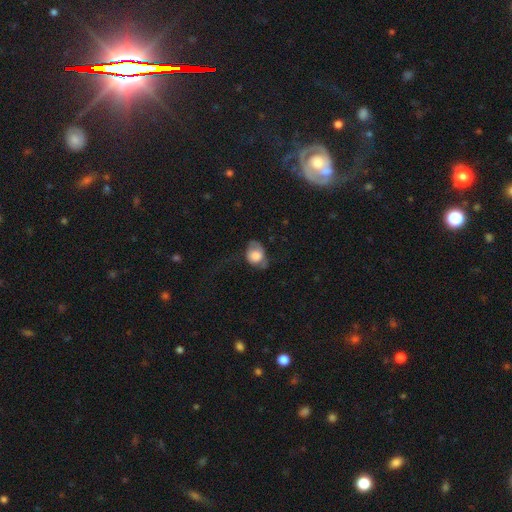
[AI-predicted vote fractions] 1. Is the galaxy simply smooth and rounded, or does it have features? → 70% smooth, 22% featured or disk, 8% star or artifact.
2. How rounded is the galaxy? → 54% in between, 44% round, 1% cigar-shaped.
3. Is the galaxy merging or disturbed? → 35% none, 34% minor disturbance, 28% major disturbance, 3% merger.